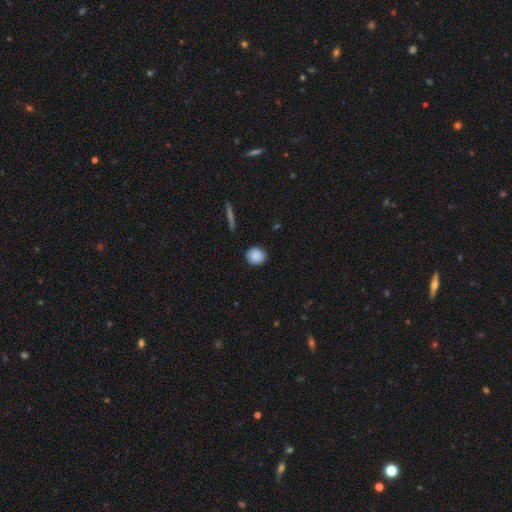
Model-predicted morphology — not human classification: Smooth or featured? smooth (88%)
How rounded? round (86%)
Merging? none (90%)